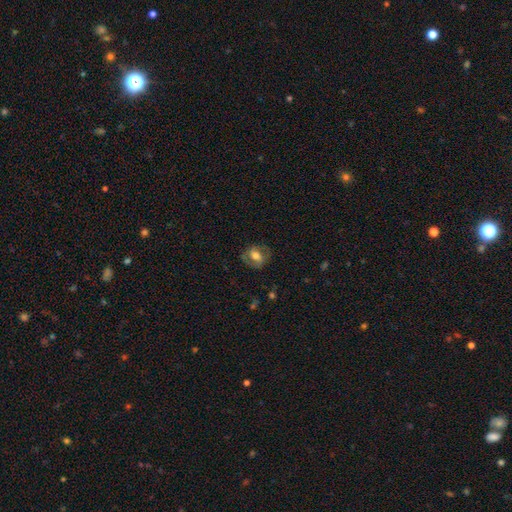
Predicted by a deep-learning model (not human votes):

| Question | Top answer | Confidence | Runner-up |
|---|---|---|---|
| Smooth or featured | smooth | 51% | featured or disk (42%) |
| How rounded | round | 53% | in between (46%) |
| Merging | none | 73% | minor disturbance (17%) |